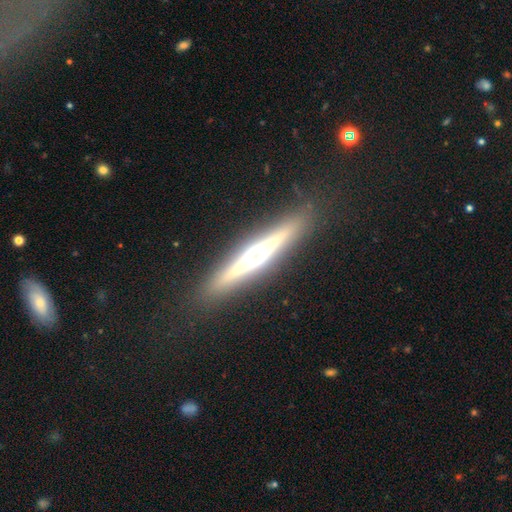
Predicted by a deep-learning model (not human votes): Smooth or featured? featured or disk (77%)
Edge-on disk? yes (97%)
Edge-on bulge? rounded (82%)
Merging? none (88%)